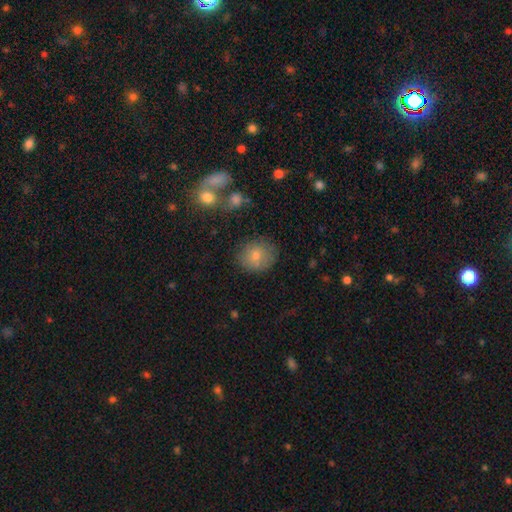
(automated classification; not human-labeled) Smooth or featured? smooth (76%)
How rounded? round (78%)
Merging? none (81%)